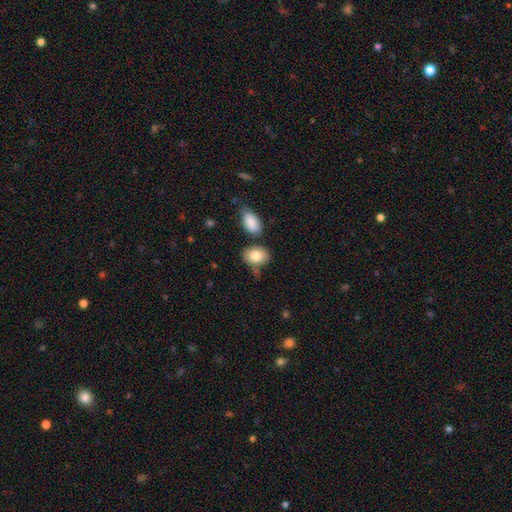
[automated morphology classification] This is clearly a smooth galaxy (83%). How rounded: likely in between (74%). Merging: likely none (60%).